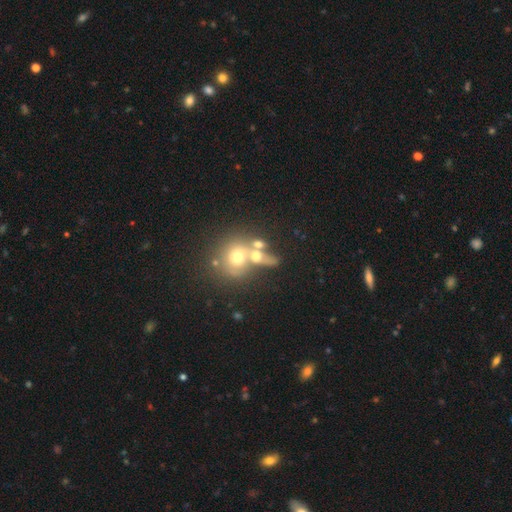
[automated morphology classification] The model was most divided on "how rounded": round: 61%, in between: 36%, cigar-shaped: 3%. More confident: merging — merger (57%); smooth or featured — smooth (56%).